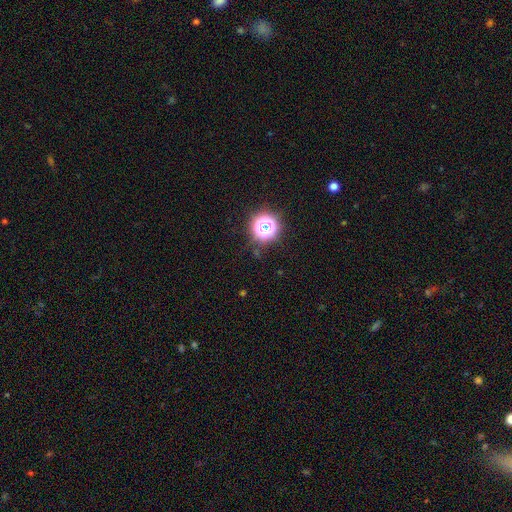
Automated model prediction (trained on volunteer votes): Smooth or featured? Predicted: star or artifact (p=0.69).